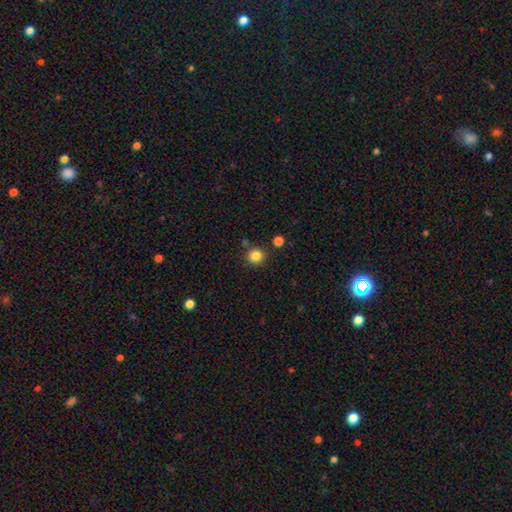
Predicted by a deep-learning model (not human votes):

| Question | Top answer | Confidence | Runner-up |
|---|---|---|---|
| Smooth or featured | smooth | 84% | star or artifact (12%) |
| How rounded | round | 93% | in between (6%) |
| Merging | none | 84% | minor disturbance (8%) |